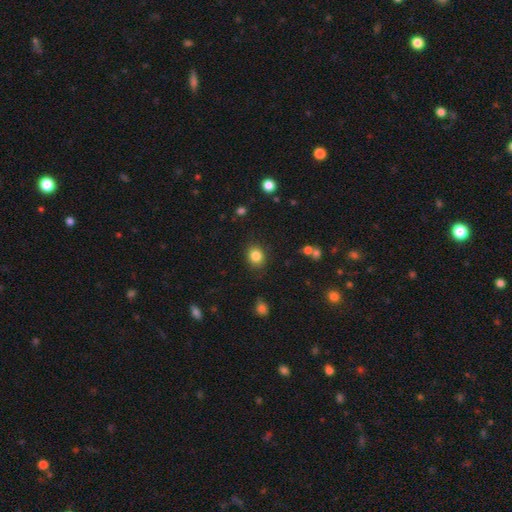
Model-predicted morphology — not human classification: Smooth or featured: smooth — 84% (star or artifact — 11%)
How rounded: round — 67% (in between — 32%)
Merging: none — 86% (minor disturbance — 10%)